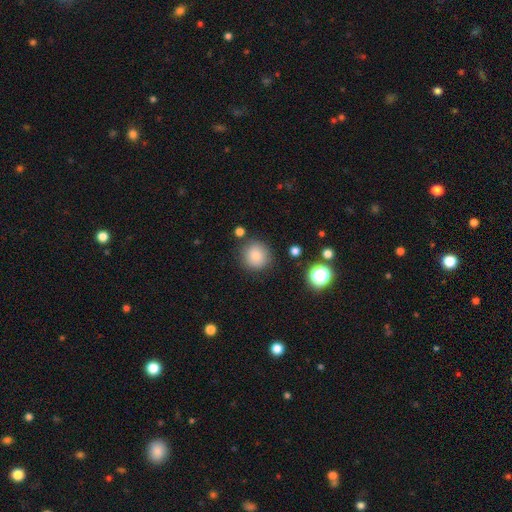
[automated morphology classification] type=smooth (82%); roundness=round (92%); merging=none (85%).